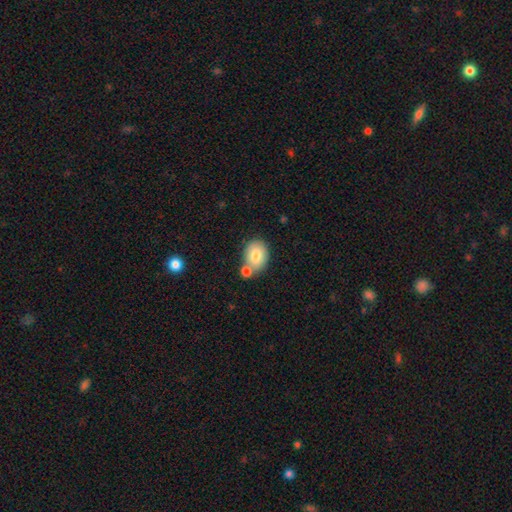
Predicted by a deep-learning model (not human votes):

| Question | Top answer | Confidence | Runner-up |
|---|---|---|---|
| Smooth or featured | smooth | 78% | featured or disk (14%) |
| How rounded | in between | 73% | round (26%) |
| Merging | none | 54% | merger (28%) |